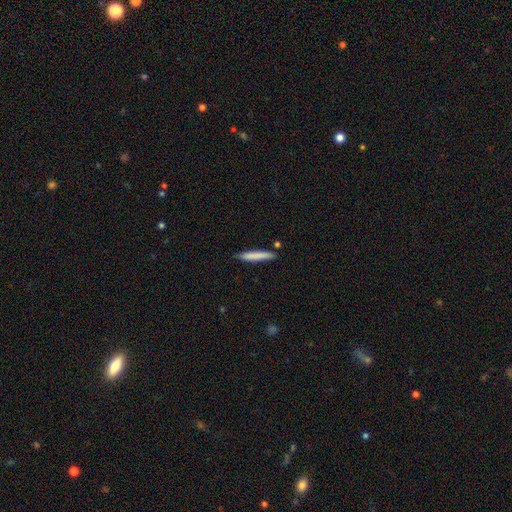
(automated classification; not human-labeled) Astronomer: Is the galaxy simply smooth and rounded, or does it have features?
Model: smooth — 79%.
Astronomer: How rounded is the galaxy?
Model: cigar-shaped — 94%.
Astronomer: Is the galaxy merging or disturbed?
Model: none — 84%.